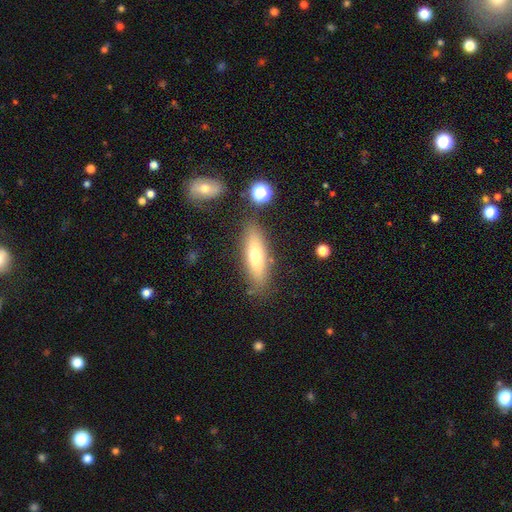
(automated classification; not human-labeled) The model was most divided on "how rounded": cigar-shaped: 61%, in between: 37%, round: 2%. More confident: merging — none (80%); smooth or featured — smooth (60%).